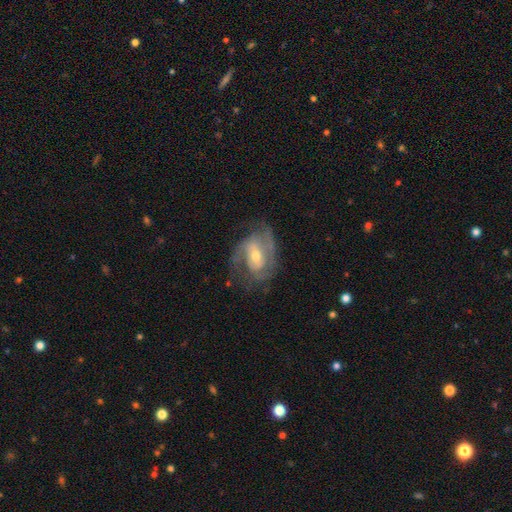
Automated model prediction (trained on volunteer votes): Smooth or featured?
  - featured or disk: 83% *
  - smooth: 12%
  - star or artifact: 6%
Edge-on disk?
  - no: 97% *
  - yes: 3%
Bar?
  - weak: 45% *
  - no: 34%
  - strong: 21%
Spiral arms?
  - yes: 91% *
  - no: 9%
Spiral winding?
  - medium: 47% *
  - tight: 37%
  - loose: 17%
Spiral arm count?
  - 2: 55% *
  - can't tell: 19%
  - 3: 16%
  - 1: 5%
  - 4: 3%
  - more than 4: 2%
Bulge size?
  - moderate: 56% *
  - small: 39%
  - large: 3%
  - none: 1%
  - dominant: 1%
Merging?
  - none: 61% *
  - minor disturbance: 22%
  - major disturbance: 16%
  - merger: 1%